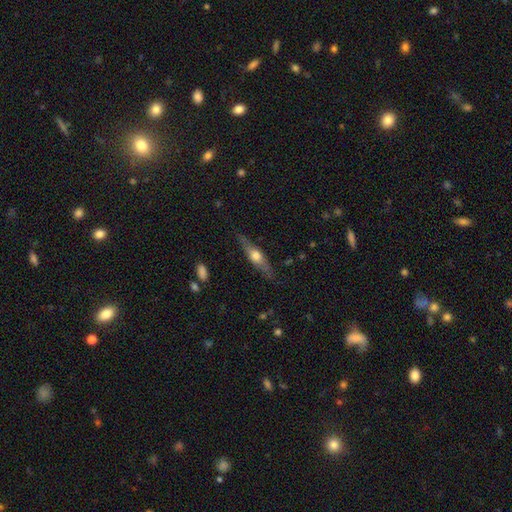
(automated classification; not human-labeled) A featured or disk galaxy (58%) viewed edge-on (91%) with a rounded central bulge (92%). Merging: none (80%).